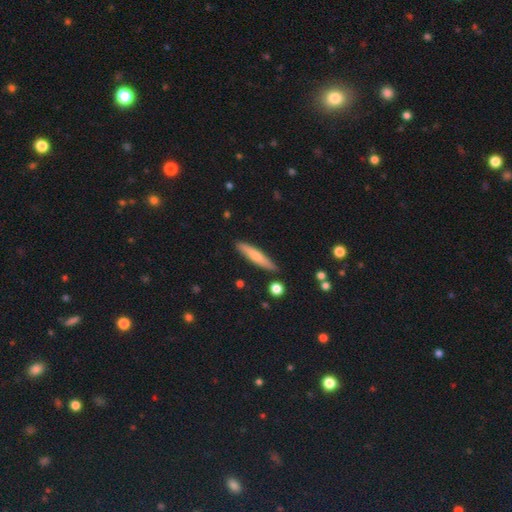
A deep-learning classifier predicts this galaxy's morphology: smooth_or_featured: smooth (p=0.66) [alt: featured or disk p=0.29]
how_rounded: cigar-shaped (p=0.89) [alt: in between p=0.10]
merging: none (p=0.86) [alt: minor disturbance p=0.10]